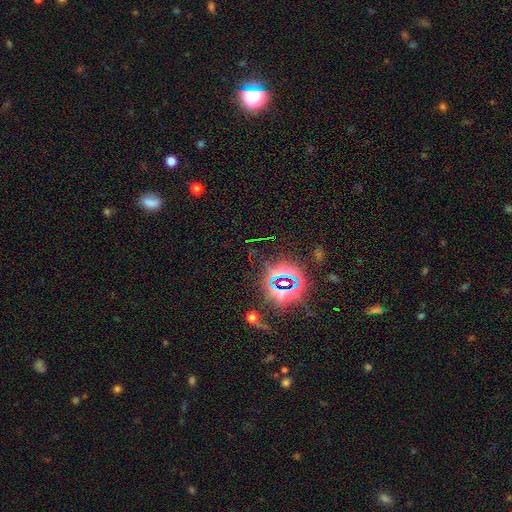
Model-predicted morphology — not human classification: Overall: star or artifact (79%).